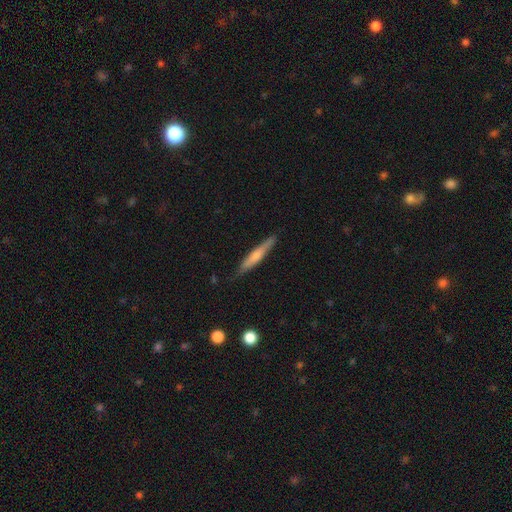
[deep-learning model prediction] This appears to be a smooth galaxy with no disk features (54%) that is cigar-shaped (92%). Merging: none (83%).